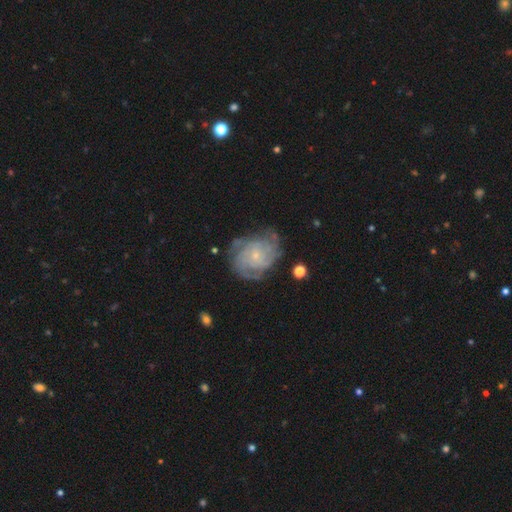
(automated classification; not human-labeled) Overall: featured or disk (84%). Edge-on disk: no (98%). Bar: no (73%). Spiral arms: yes (94%). Spiral arm count: can't tell (36%; 4 21%). Spiral winding: tight (63%; medium 30%). Bulge size: small (80%). Merging: none (66%).